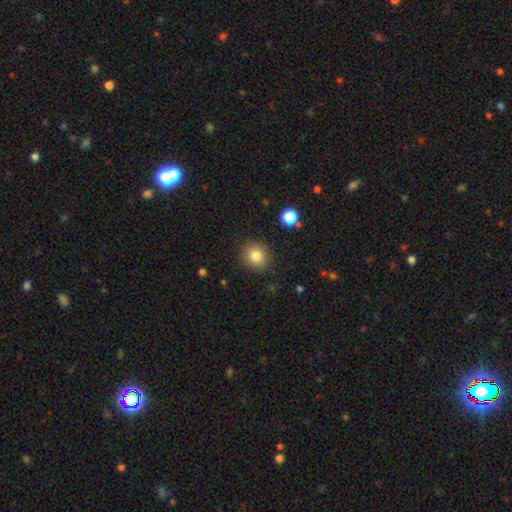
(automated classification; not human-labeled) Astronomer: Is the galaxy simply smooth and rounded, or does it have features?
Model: smooth — 82%.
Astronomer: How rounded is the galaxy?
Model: round — 87%.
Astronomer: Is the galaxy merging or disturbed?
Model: none — 88%.